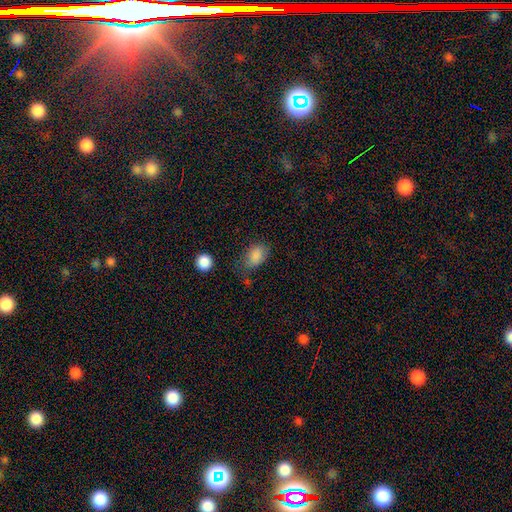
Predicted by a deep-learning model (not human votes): smooth-or-featured: smooth: 85% | star or artifact: 9% | featured or disk: 5%
  how-rounded: in between: 85% | round: 14% | cigar-shaped: 2%
  merging: none: 57% | minor disturbance: 28% | major disturbance: 10% | merger: 4%